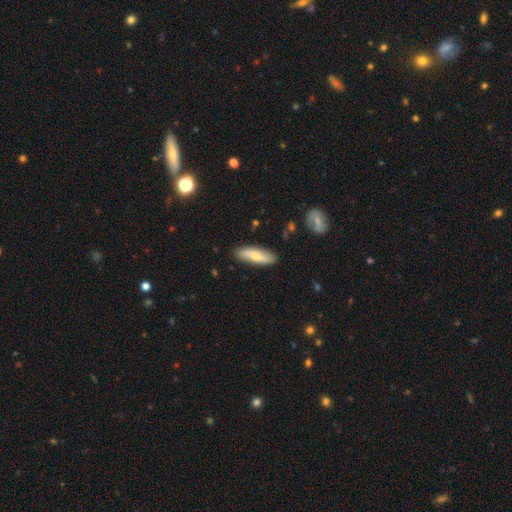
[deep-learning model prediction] The model was most divided on "how rounded": cigar-shaped: 51%, in between: 46%, round: 3%. More confident: merging — none (85%); smooth or featured — smooth (61%).